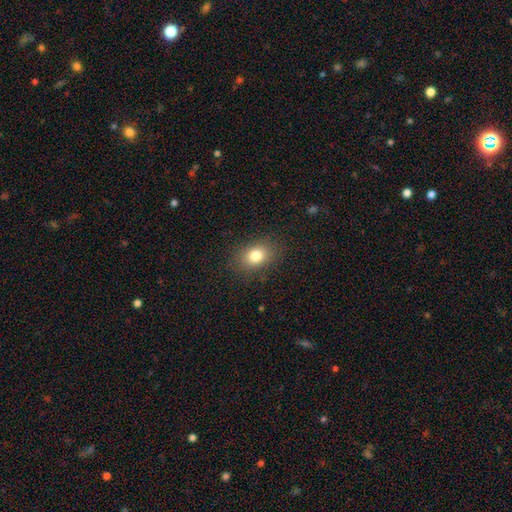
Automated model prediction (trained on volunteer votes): smooth_or_featured: smooth (p=0.80) [alt: star or artifact p=0.11]
how_rounded: in between (p=0.70) [alt: round p=0.28]
merging: none (p=0.86) [alt: minor disturbance p=0.10]